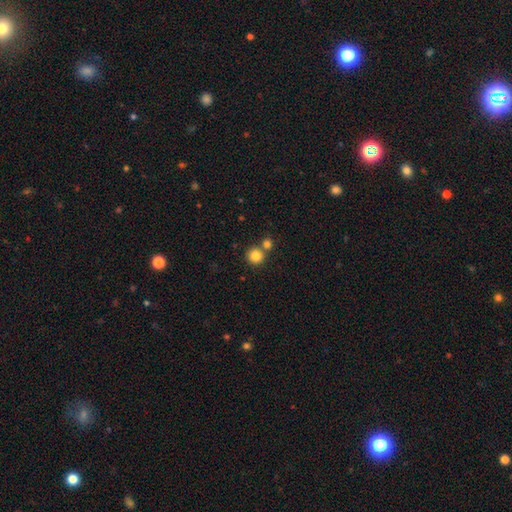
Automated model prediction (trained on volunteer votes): smooth-or-featured: smooth: 84% | star or artifact: 11% | featured or disk: 6%
  how-rounded: round: 93% | in between: 6% | cigar-shaped: 1%
  merging: none: 67% | merger: 25% | minor disturbance: 6% | major disturbance: 2%